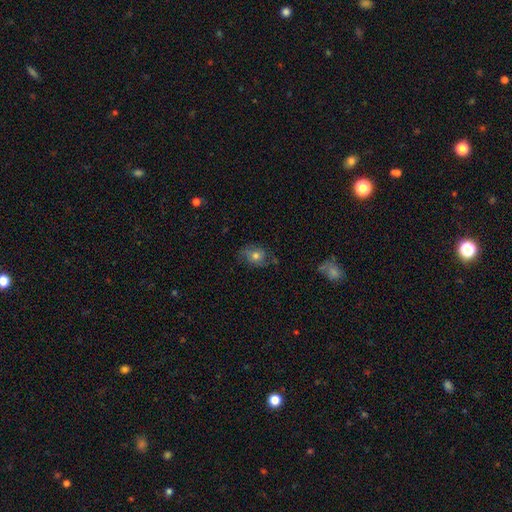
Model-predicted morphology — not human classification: smooth-or-featured: smooth: 56% | featured or disk: 33% | star or artifact: 11%
  how-rounded: in between: 56% | round: 42% | cigar-shaped: 2%
  merging: none: 60% | minor disturbance: 26% | major disturbance: 12% | merger: 2%